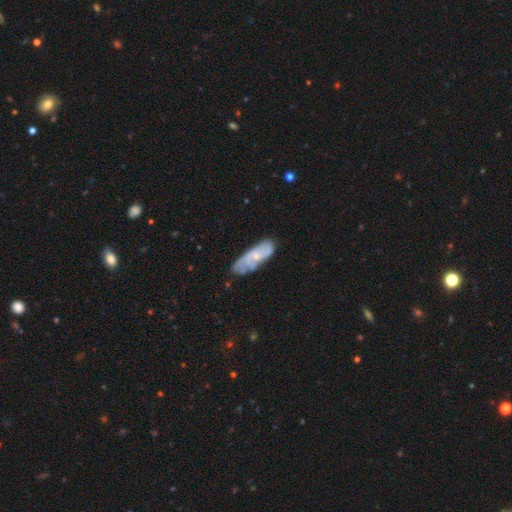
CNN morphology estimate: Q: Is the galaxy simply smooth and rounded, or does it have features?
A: featured or disk — 57%.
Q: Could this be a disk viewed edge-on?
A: no — 83%.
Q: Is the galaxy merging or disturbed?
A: none — 62%.